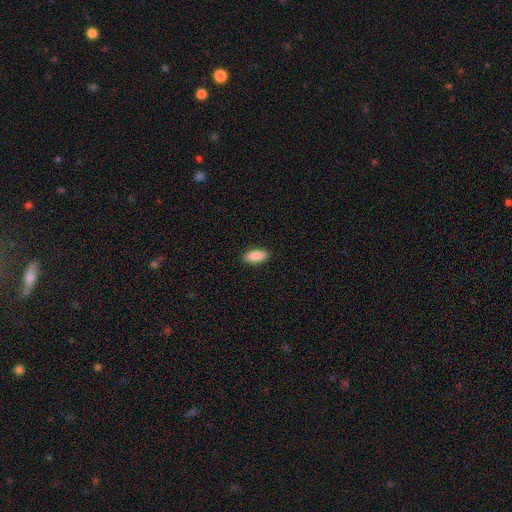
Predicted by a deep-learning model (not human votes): Smooth or featured: smooth — 89% (star or artifact — 6%)
How rounded: in between — 85% (cigar-shaped — 13%)
Merging: none — 90% (minor disturbance — 7%)